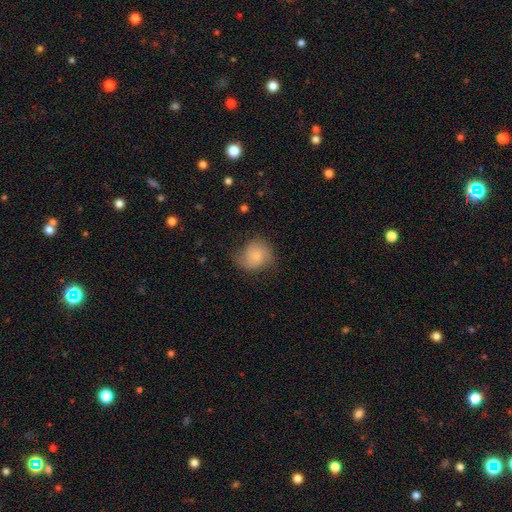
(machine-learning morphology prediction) This appears to be a smooth galaxy with no disk features (52%) that is round (76%). Merging: none (58%).